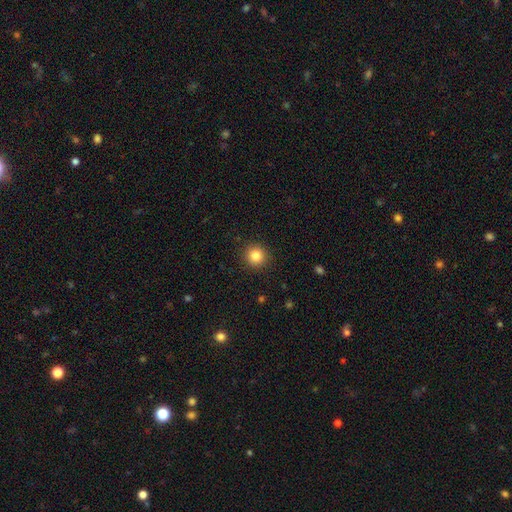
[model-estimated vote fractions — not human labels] smooth-or-featured: smooth: 83% | star or artifact: 11% | featured or disk: 6%
  how-rounded: round: 94% | in between: 5% | cigar-shaped: 1%
  merging: none: 92% | minor disturbance: 6% | major disturbance: 2% | merger: 1%